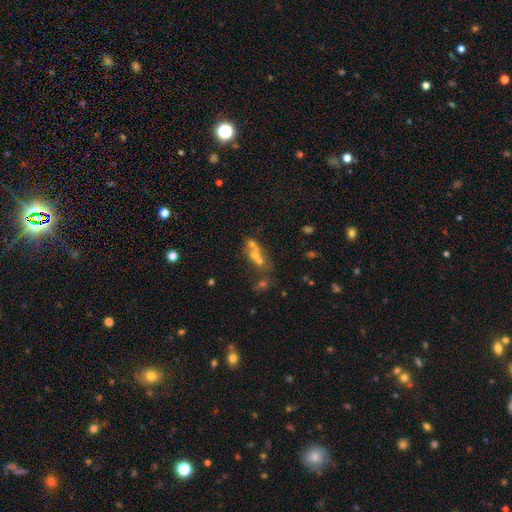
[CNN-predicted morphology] The model was most divided on "smooth or featured": smooth: 43%, featured or disk: 34%, star or artifact: 23%. More confident: merging — merger (56%).